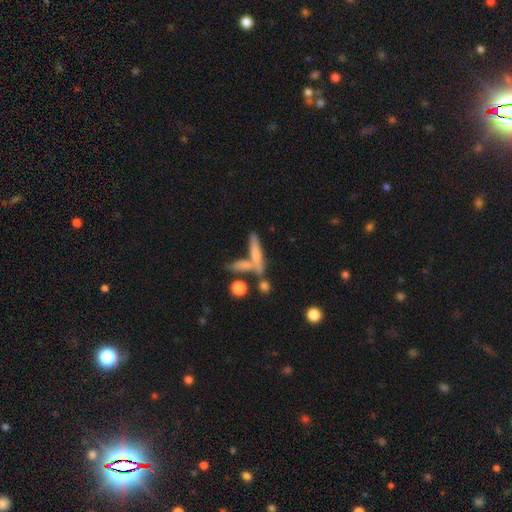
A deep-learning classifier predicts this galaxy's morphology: The model was most divided on "smooth or featured": smooth: 57%, featured or disk: 34%, star or artifact: 9%. More confident: how rounded — cigar-shaped (80%); merging — none (52%).